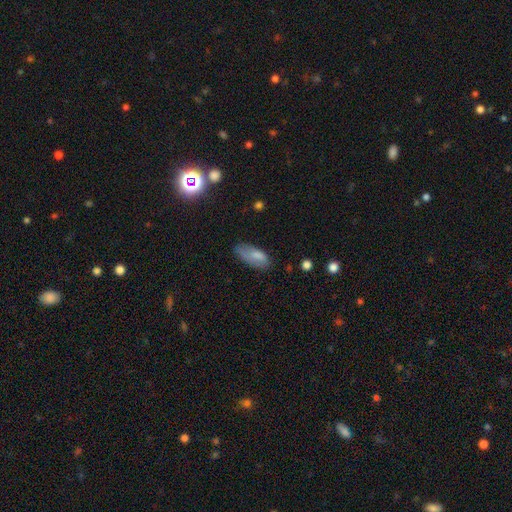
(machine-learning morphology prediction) This is likely a smooth galaxy (77%). How rounded: clearly in between (86%). Merging: possibly none (55%).